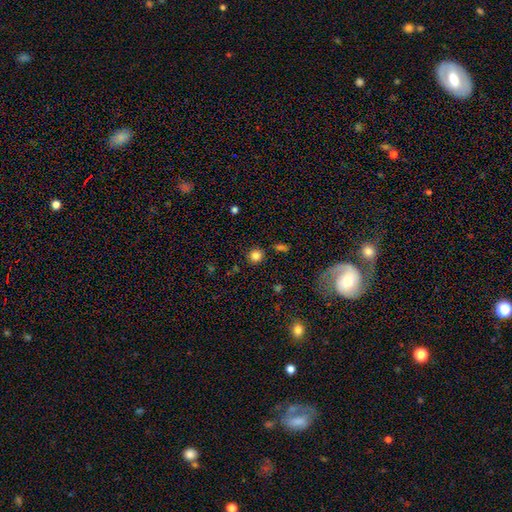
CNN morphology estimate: smooth_or_featured: smooth (p=0.83) [alt: star or artifact p=0.12]
how_rounded: round (p=0.91) [alt: in between p=0.08]
merging: none (p=0.88) [alt: minor disturbance p=0.07]